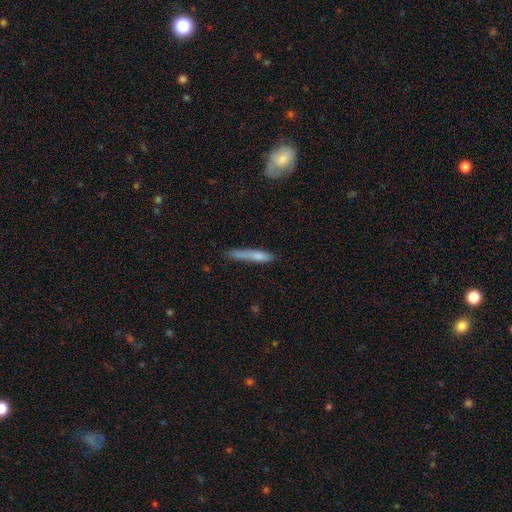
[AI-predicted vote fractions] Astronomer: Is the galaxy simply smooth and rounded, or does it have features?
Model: smooth — 72%.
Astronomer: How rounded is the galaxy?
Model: cigar-shaped — 92%.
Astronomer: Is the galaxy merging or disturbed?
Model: none — 62%.